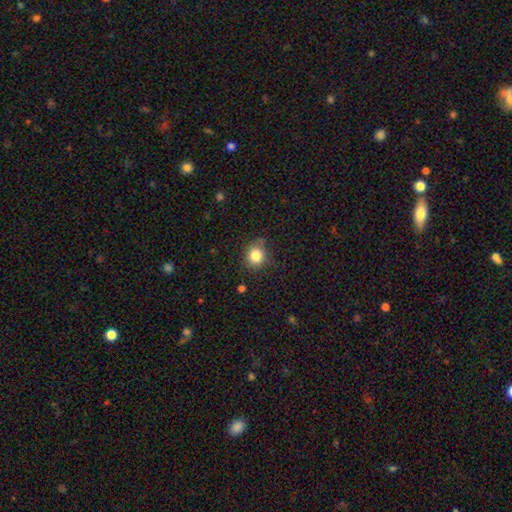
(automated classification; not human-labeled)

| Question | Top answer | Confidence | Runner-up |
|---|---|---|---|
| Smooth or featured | smooth | 83% | star or artifact (11%) |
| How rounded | round | 80% | in between (19%) |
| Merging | none | 73% | minor disturbance (20%) |